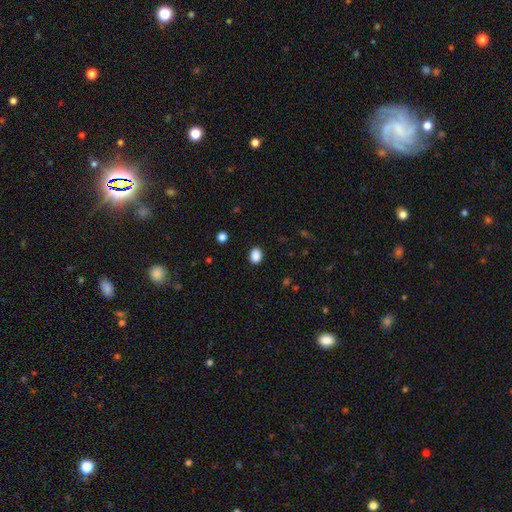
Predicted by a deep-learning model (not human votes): A smooth galaxy with no disk features (88%) that is in between round and cigar-shaped (68%).

Vote fractions:
- Smooth or featured? smooth: 88% / star or artifact: 9% / featured or disk: 3%
- How rounded? in between: 68% / round: 31% / cigar-shaped: 1%
- Merging? none: 89% / minor disturbance: 7% / major disturbance: 2% / merger: 1%